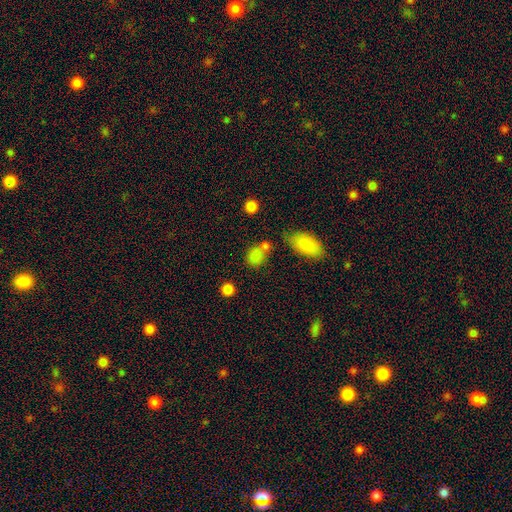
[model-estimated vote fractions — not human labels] Smooth or featured: smooth — 80% (star or artifact — 13%)
How rounded: in between — 55% (round — 43%)
Merging: none — 53% (merger — 24%)